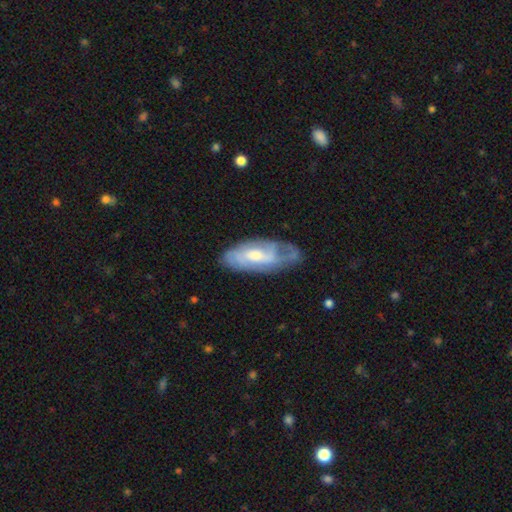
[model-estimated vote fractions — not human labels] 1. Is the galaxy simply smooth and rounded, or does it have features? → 67% featured or disk, 27% smooth, 6% star or artifact.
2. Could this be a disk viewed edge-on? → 89% no, 11% yes.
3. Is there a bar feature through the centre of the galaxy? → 51% no, 40% weak, 9% strong.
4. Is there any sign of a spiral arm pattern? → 81% yes, 19% no.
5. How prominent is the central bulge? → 60% moderate, 28% small, 9% large, 3% none, 1% dominant.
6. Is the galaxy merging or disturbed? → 57% none, 28% minor disturbance, 13% major disturbance, 2% merger.